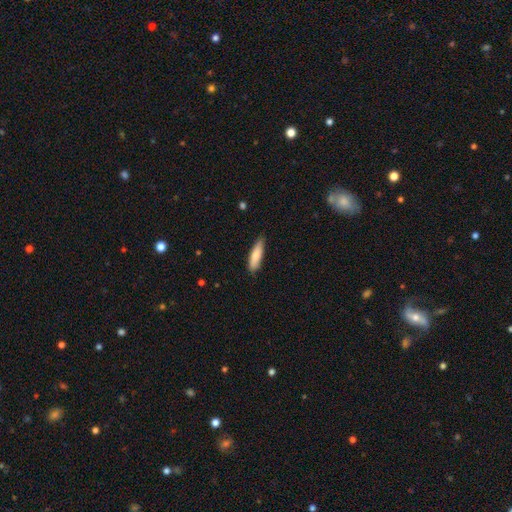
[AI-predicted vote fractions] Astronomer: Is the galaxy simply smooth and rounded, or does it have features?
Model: smooth — 79%.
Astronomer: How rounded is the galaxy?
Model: cigar-shaped — 64%.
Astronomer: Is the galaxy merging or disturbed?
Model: none — 80%.